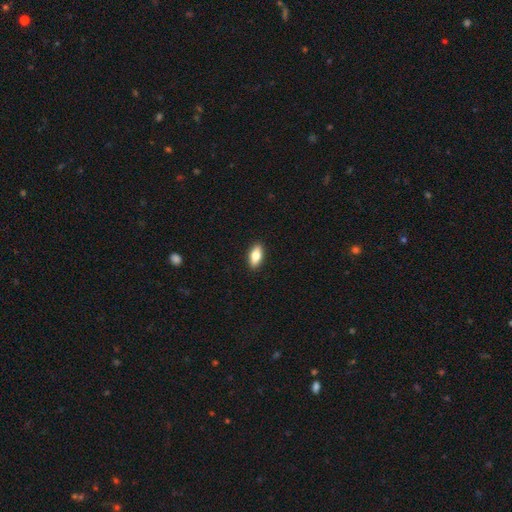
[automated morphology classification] smooth-or-featured: smooth: 76% | featured or disk: 17% | star or artifact: 7%
  how-rounded: in between: 85% | cigar-shaped: 12% | round: 4%
  merging: none: 91% | minor disturbance: 7% | major disturbance: 2% | merger: 1%